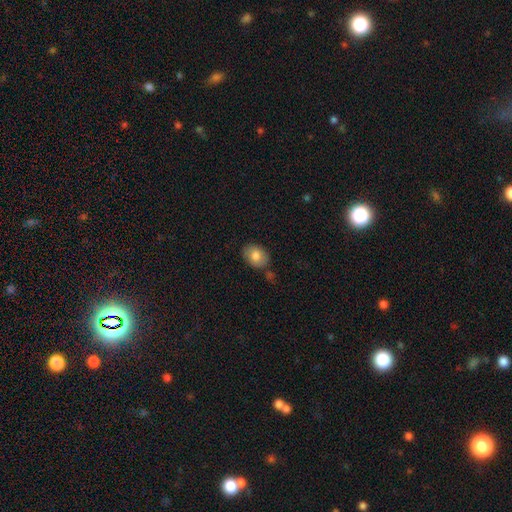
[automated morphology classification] This appears to be a smooth galaxy with no disk features (81%) that is in between round and cigar-shaped (72%). Merging: none (77%).